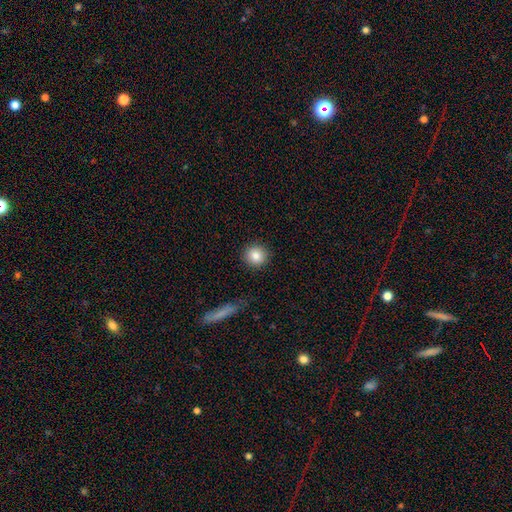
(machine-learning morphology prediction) smooth_or_featured: smooth (p=0.85) [alt: star or artifact p=0.09]
how_rounded: round (p=0.93) [alt: in between p=0.06]
merging: none (p=0.89) [alt: minor disturbance p=0.07]